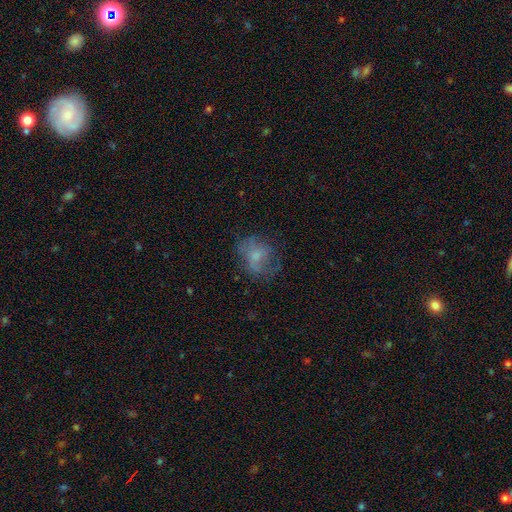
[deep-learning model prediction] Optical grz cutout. It shows a smooth galaxy with no disk features (55%) that is round (53%). Merging: none (52%).